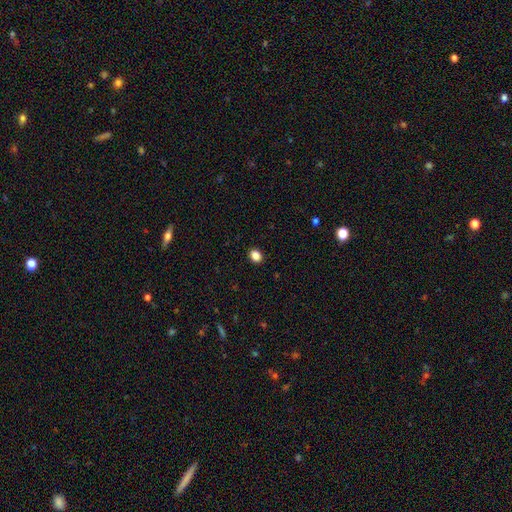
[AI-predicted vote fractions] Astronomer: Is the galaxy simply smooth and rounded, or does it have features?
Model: smooth — 86%.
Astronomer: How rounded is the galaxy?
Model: round — 53% (runner-up: in between, 46%).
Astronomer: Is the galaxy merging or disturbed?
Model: none — 91%.